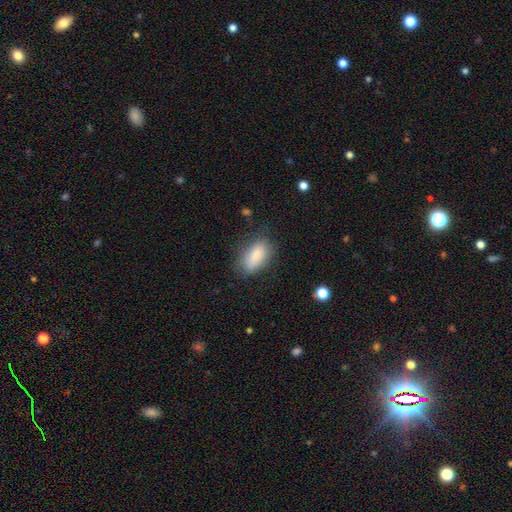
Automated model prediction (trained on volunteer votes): A smooth galaxy with no disk features (84%) that is in between round and cigar-shaped (88%). Merging: none (70%).